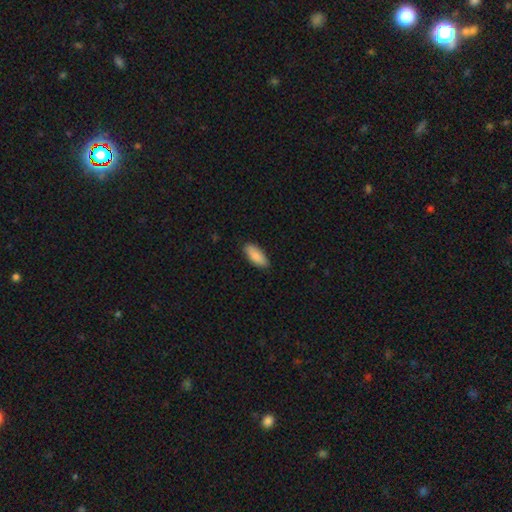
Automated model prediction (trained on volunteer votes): This appears to be a smooth galaxy with no disk features (86%) that is in between round and cigar-shaped (81%). Merging: none (87%).